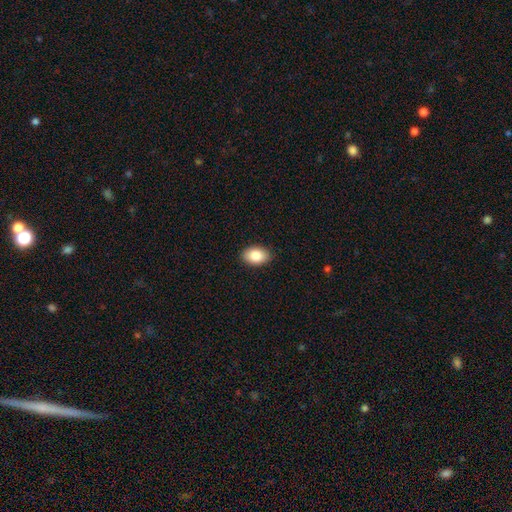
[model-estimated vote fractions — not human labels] Q: Smooth or featured?
A: smooth (86%); runner-up: star or artifact (7%)
Q: How rounded?
A: in between (87%); runner-up: round (11%)
Q: Merging?
A: none (89%); runner-up: minor disturbance (8%)